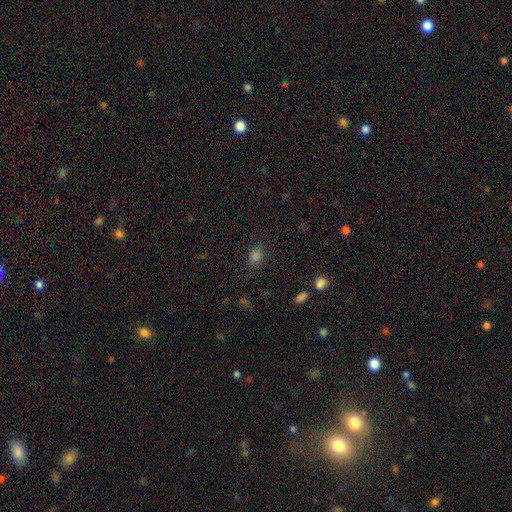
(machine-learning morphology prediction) smooth 76%, star or artifact 19%, featured or disk 5%. Down the decision tree: how rounded — round (52%); merging — none (78%).